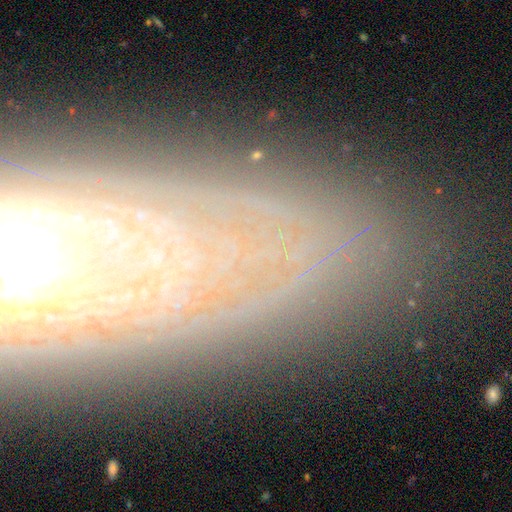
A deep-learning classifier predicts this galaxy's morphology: featured or disk 47%, star or artifact 32%, smooth 21%. Down the decision tree: merging — none (79%).